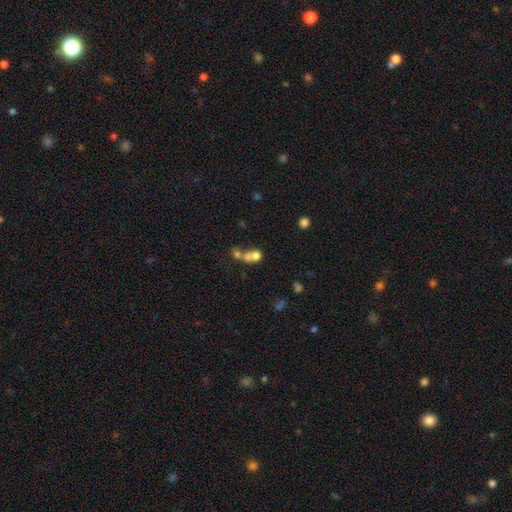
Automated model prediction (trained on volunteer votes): Q: Smooth or featured?
A: smooth (67%); runner-up: featured or disk (20%)
Q: How rounded?
A: round (69%); runner-up: in between (29%)
Q: Merging?
A: merger (65%); runner-up: none (24%)